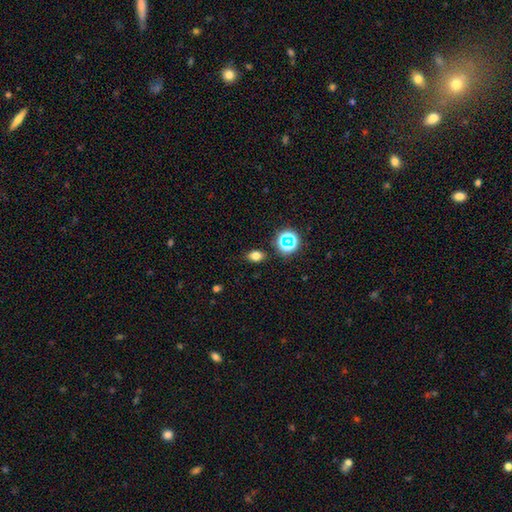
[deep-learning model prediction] Smooth or featured? Predicted: smooth (p=0.74). How rounded? Predicted: in between (p=0.72). Merging? Predicted: none (p=0.86).